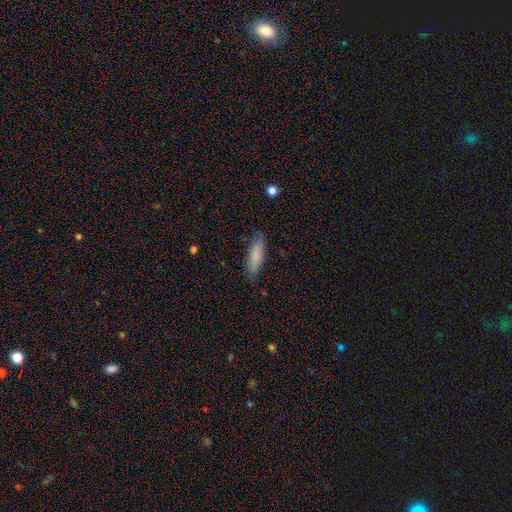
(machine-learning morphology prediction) Smooth or featured? Predicted: smooth (p=0.81). How rounded? Predicted: cigar-shaped (p=0.59). Merging? Predicted: none (p=0.82).